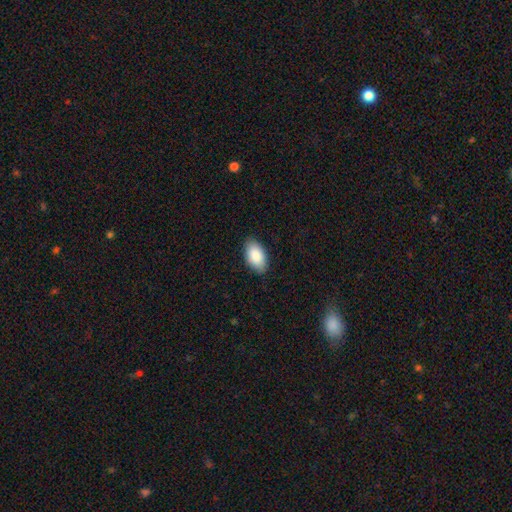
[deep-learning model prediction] Smooth or featured? Predicted: smooth (p=0.89). How rounded? Predicted: in between (p=0.95). Merging? Predicted: none (p=0.86).